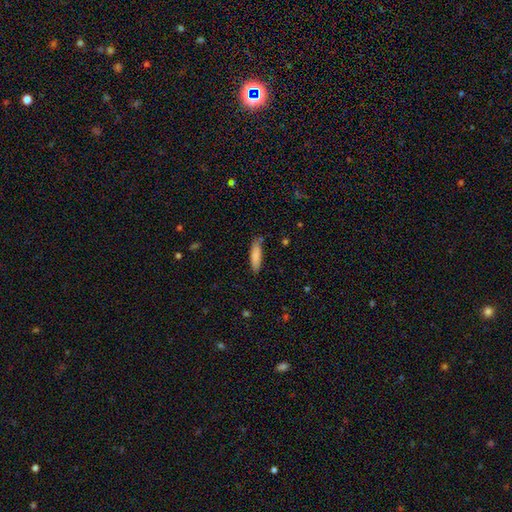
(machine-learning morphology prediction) Smooth or featured?
  - smooth: 84% *
  - featured or disk: 10%
  - star or artifact: 6%
How rounded?
  - cigar-shaped: 69% *
  - in between: 29%
  - round: 1%
Merging?
  - none: 77% *
  - minor disturbance: 17%
  - major disturbance: 3%
  - merger: 3%